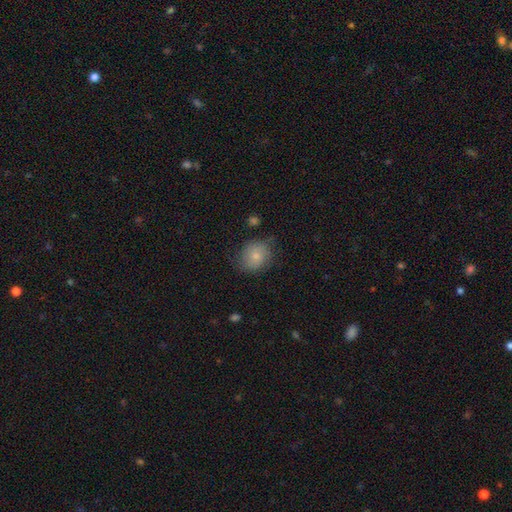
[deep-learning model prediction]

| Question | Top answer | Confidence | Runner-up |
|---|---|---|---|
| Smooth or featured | smooth | 74% | featured or disk (18%) |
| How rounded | round | 70% | in between (30%) |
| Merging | none | 69% | minor disturbance (23%) |